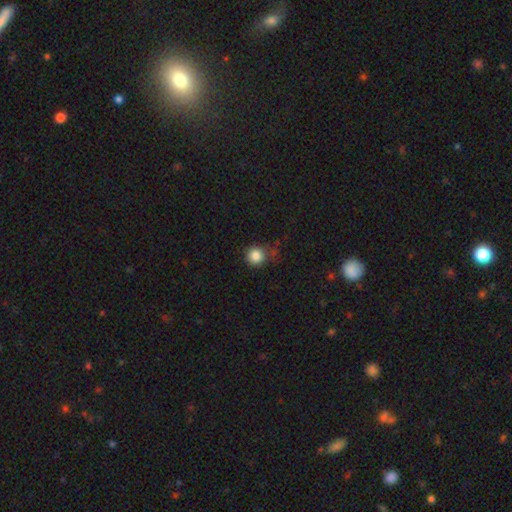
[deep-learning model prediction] This appears to be a smooth galaxy with no disk features (84%) that is round (93%). Merging: none (71%).